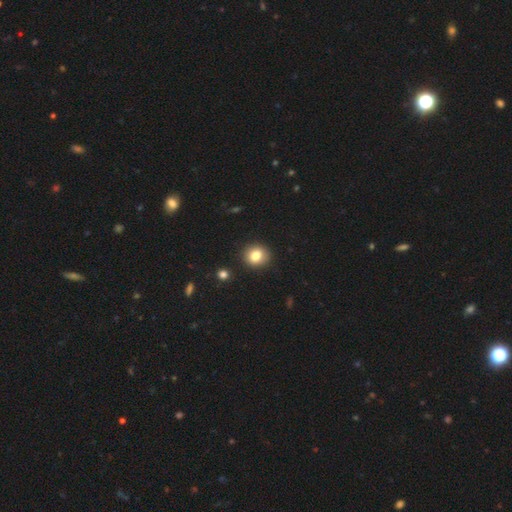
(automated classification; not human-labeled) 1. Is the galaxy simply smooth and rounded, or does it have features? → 81% smooth, 11% star or artifact, 8% featured or disk.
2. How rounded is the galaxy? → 84% round, 15% in between, 1% cigar-shaped.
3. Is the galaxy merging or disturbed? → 91% none, 6% minor disturbance, 2% major disturbance, 2% merger.